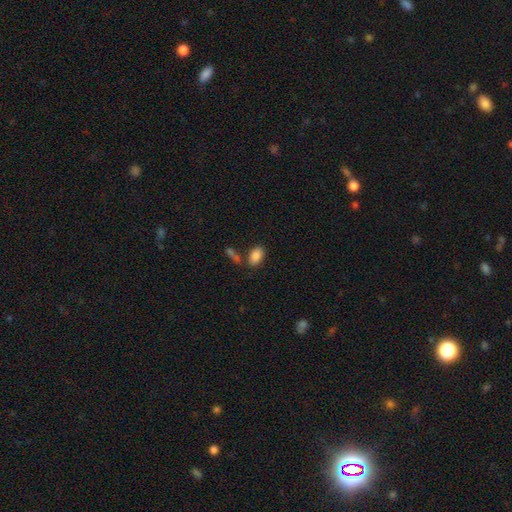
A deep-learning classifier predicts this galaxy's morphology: smooth 86%, star or artifact 8%, featured or disk 5%. Down the decision tree: how rounded — in between (92%); merging — none (70%).